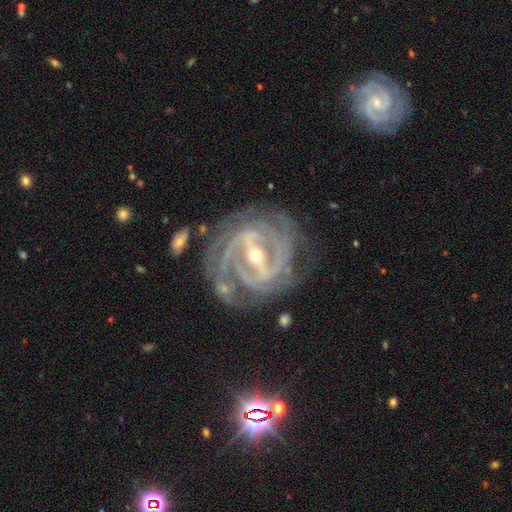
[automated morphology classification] Overall: featured or disk (92%). Edge-on disk: no (95%). Bar: strong (75%). Spiral arms: yes (97%). Spiral arm count: 2 (27%; 3 23%). Spiral winding: tight (72%). Bulge size: small (58%; moderate 38%). Merging: none (73%).